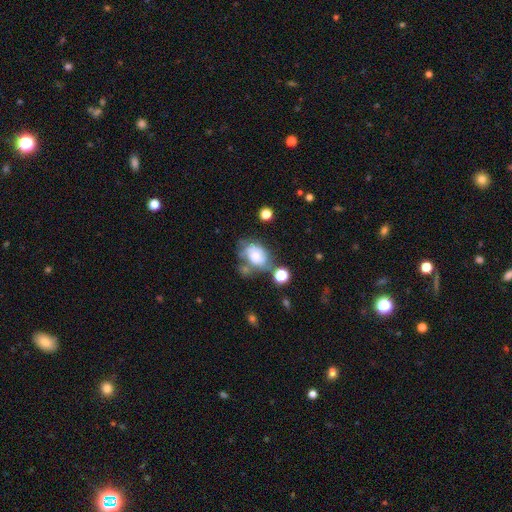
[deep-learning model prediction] smooth-or-featured: smooth: 52% | featured or disk: 38% | star or artifact: 11%
  how-rounded: in between: 69% | round: 30% | cigar-shaped: 1%
  merging: none: 33% | minor disturbance: 26% | major disturbance: 21% | merger: 19%